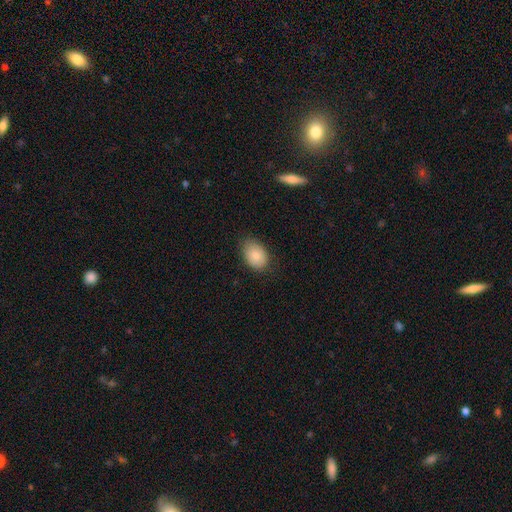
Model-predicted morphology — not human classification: smooth 83%, featured or disk 9%, star or artifact 7%. Down the decision tree: how rounded — in between (81%); merging — none (77%).